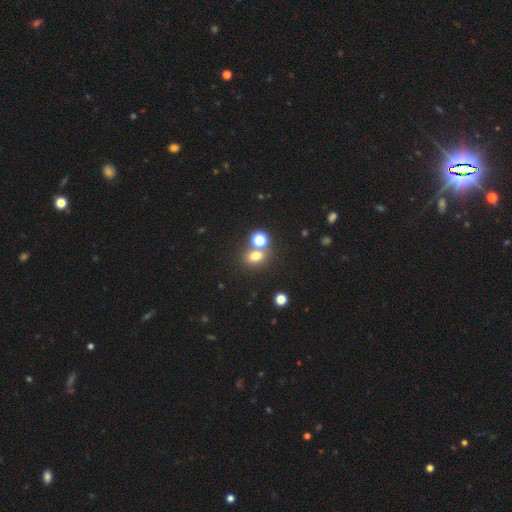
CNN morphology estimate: Q: Smooth or featured?
A: smooth (71%); runner-up: star or artifact (20%)
Q: How rounded?
A: round (49%); tied with: in between (49%)
Q: Merging?
A: none (60%); runner-up: merger (26%)